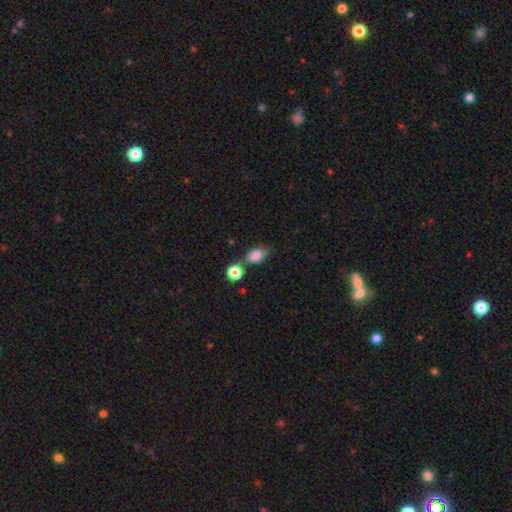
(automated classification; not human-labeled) Q: Smooth or featured?
A: smooth (82%); runner-up: star or artifact (9%)
Q: How rounded?
A: in between (80%); runner-up: round (17%)
Q: Merging?
A: none (51%); runner-up: merger (22%)